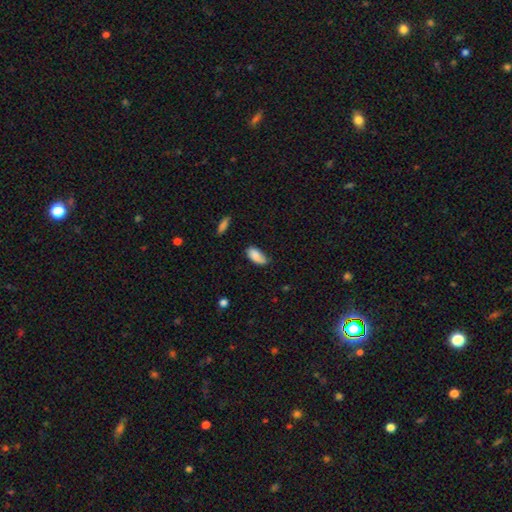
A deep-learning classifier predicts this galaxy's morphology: The model was most divided on "merging": none: 53%, minor disturbance: 36%, major disturbance: 9%, merger: 3%. More confident: how rounded — in between (92%); smooth or featured — smooth (84%).